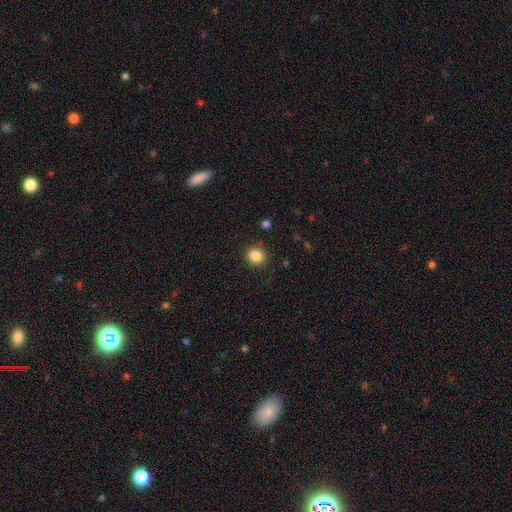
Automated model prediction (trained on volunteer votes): Smooth or featured?
  - smooth: 85% *
  - star or artifact: 10%
  - featured or disk: 4%
How rounded?
  - round: 83% *
  - in between: 16%
  - cigar-shaped: 1%
Merging?
  - none: 88% *
  - minor disturbance: 8%
  - major disturbance: 3%
  - merger: 2%